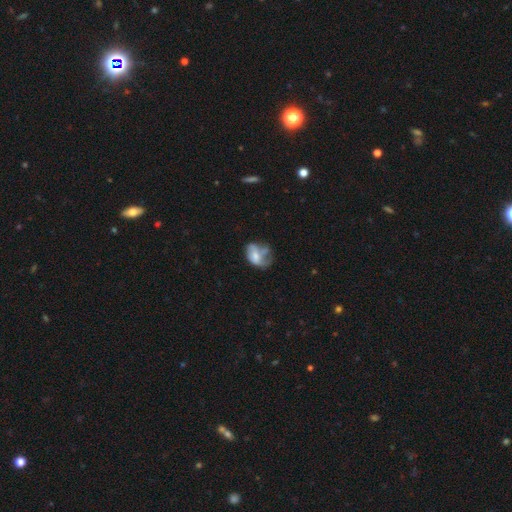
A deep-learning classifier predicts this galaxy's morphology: Q: Smooth or featured?
A: smooth (50%); runner-up: featured or disk (41%)
Q: Merging?
A: major disturbance (37%); runner-up: minor disturbance (26%)